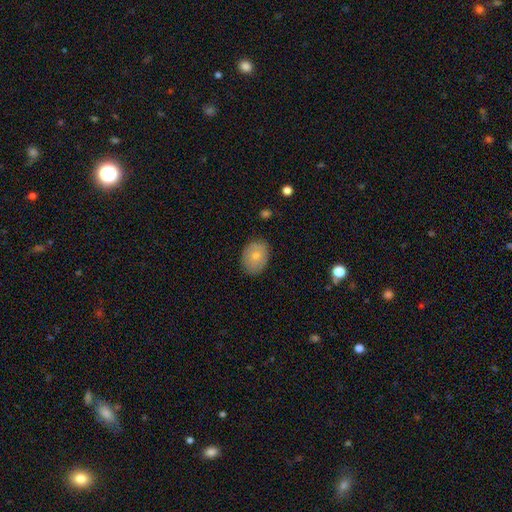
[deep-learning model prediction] A smooth galaxy with no disk features (73%) that is in between round and cigar-shaped (61%). Merging: none (81%).